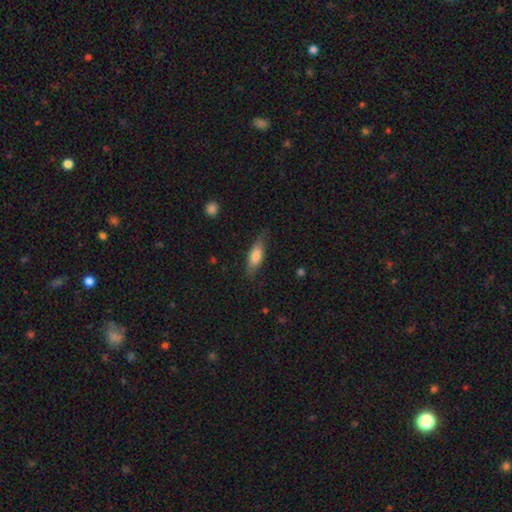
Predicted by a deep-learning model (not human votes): The model was most divided on "how rounded": in between: 60%, cigar-shaped: 38%, round: 2%. More confident: merging — none (75%); smooth or featured — smooth (71%).